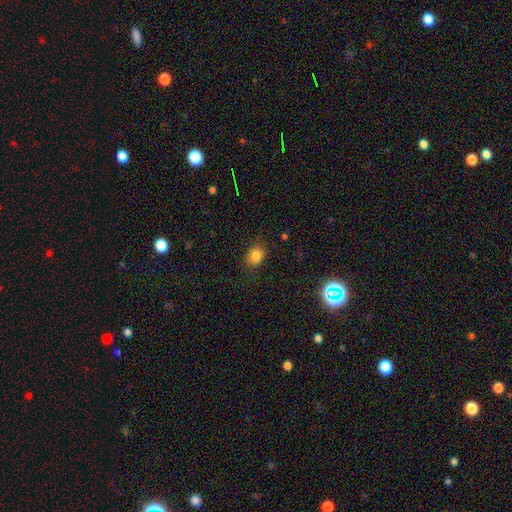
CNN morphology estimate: This appears to be a smooth galaxy with no disk features (82%) that is round (52%). Merging: none (81%).